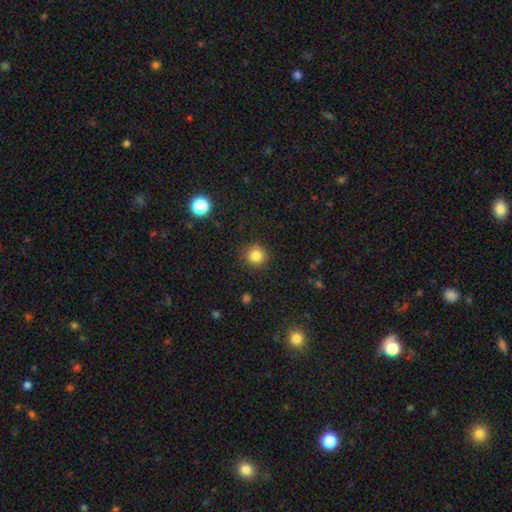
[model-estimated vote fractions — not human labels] Smooth or featured: smooth — 84% (star or artifact — 11%)
How rounded: round — 92% (in between — 7%)
Merging: none — 88% (minor disturbance — 8%)